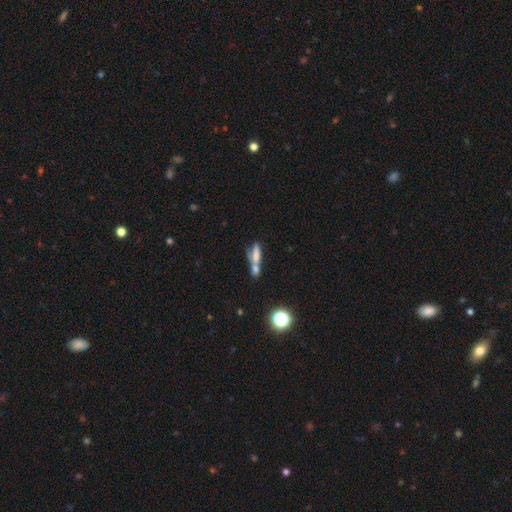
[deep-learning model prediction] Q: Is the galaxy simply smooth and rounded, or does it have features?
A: smooth — 57%.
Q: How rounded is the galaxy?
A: cigar-shaped — 55%.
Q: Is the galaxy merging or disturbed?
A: merger — 53%.